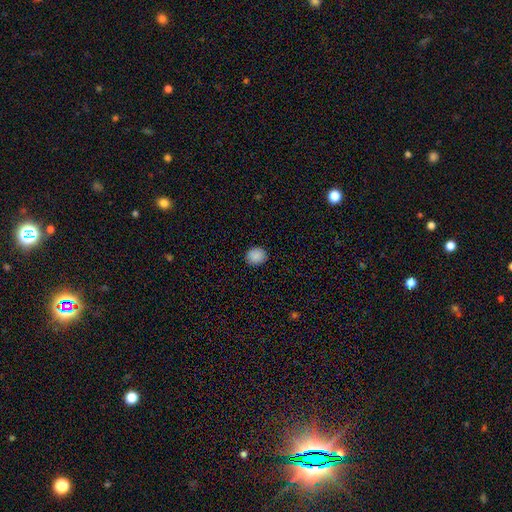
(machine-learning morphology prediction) This appears to be a smooth galaxy with no disk features (88%) that is round (77%). Merging: none (90%).